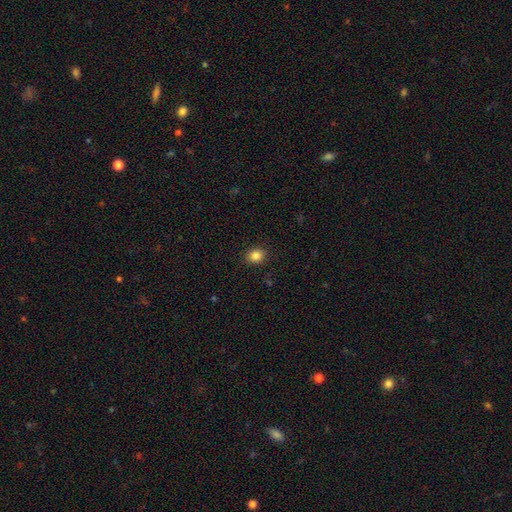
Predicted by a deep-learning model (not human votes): Q: Smooth or featured?
A: smooth (85%); runner-up: star or artifact (11%)
Q: How rounded?
A: round (61%); runner-up: in between (38%)
Q: Merging?
A: none (89%); runner-up: minor disturbance (8%)